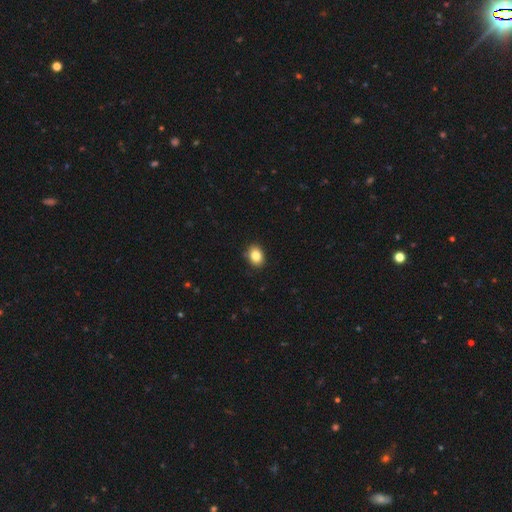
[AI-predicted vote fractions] smooth_or_featured: smooth (p=0.84) [alt: star or artifact p=0.09]
how_rounded: in between (p=0.60) [alt: round p=0.40]
merging: none (p=0.88) [alt: minor disturbance p=0.09]